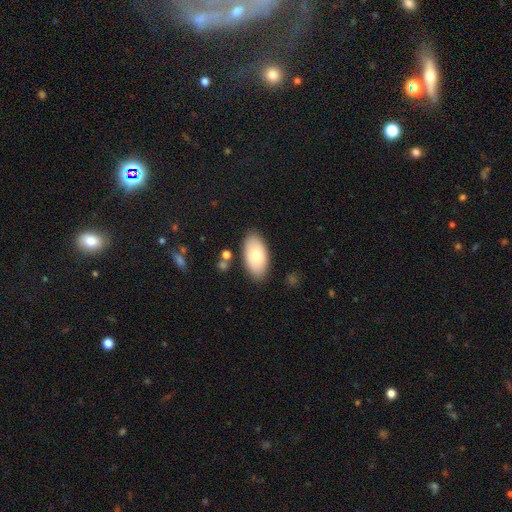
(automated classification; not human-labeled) A smooth galaxy with no disk features (76%) that is in between round and cigar-shaped (95%).

Vote fractions:
- Smooth or featured? smooth: 76% / featured or disk: 18% / star or artifact: 6%
- How rounded? in between: 95% / round: 3% / cigar-shaped: 2%
- Merging? none: 85% / minor disturbance: 10% / major disturbance: 2% / merger: 2%